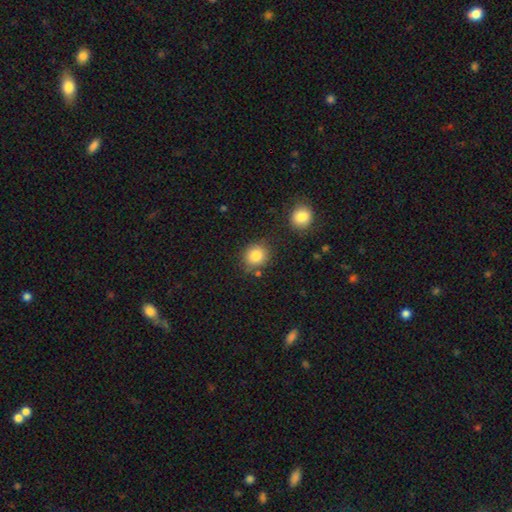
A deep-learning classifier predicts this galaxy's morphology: This is clearly a smooth galaxy (85%). How rounded: clearly round (81%). Merging: likely none (80%).